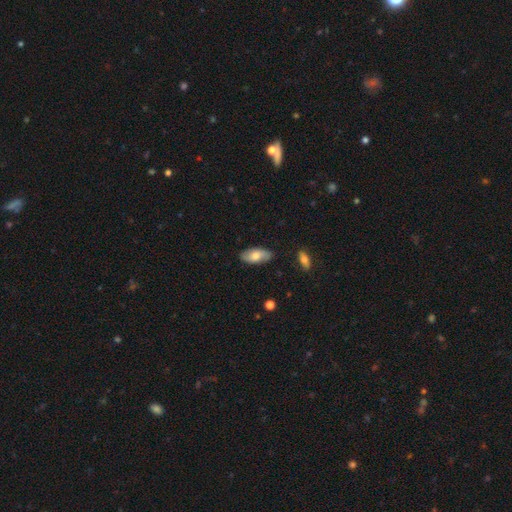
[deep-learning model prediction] smooth 67%, featured or disk 27%, star or artifact 6%. Down the decision tree: how rounded — in between (90%); merging — none (83%).